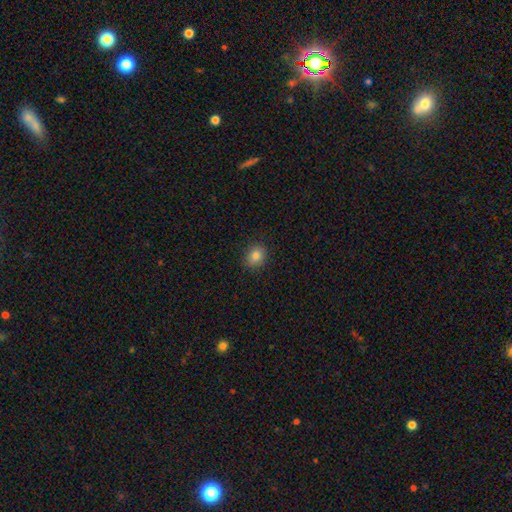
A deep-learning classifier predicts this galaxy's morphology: A smooth galaxy with no disk features (83%) that is round (66%). Merging: none (87%).